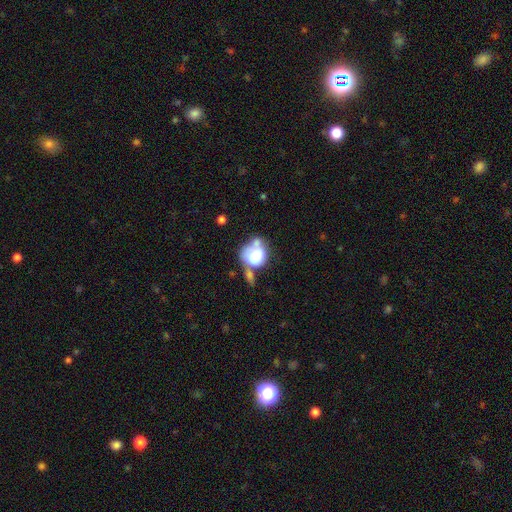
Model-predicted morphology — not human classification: smooth-or-featured: smooth: 68% | featured or disk: 24% | star or artifact: 8%
  how-rounded: round: 69% | in between: 29% | cigar-shaped: 1%
  merging: merger: 44% | none: 26% | minor disturbance: 17% | major disturbance: 13%